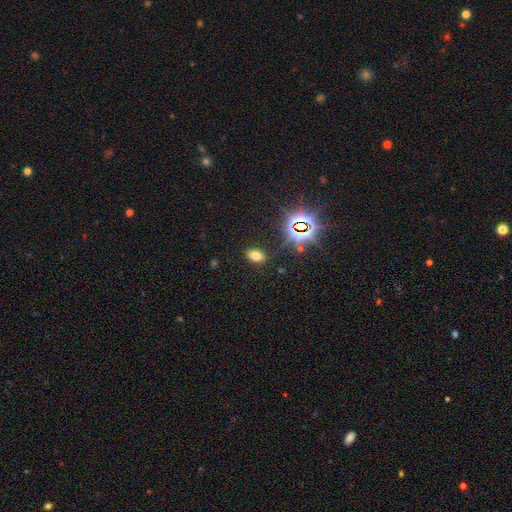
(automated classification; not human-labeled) smooth-or-featured: smooth: 63% | star or artifact: 27% | featured or disk: 10%
  how-rounded: in between: 84% | round: 14% | cigar-shaped: 2%
  merging: none: 85% | minor disturbance: 10% | major disturbance: 3% | merger: 2%